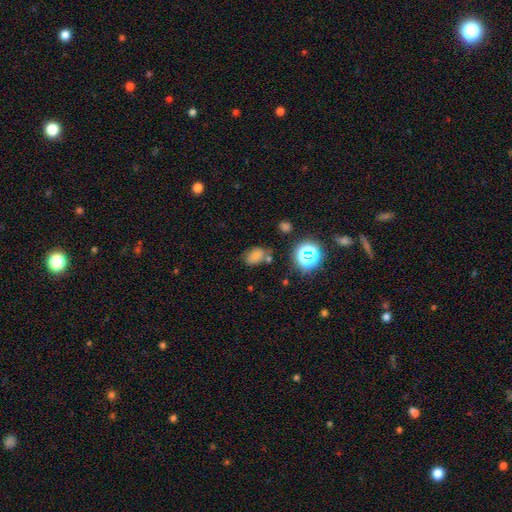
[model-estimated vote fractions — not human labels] A smooth galaxy with no disk features (69%) that is in between round and cigar-shaped (78%).

Vote fractions:
- Smooth or featured? smooth: 69% / star or artifact: 20% / featured or disk: 11%
- How rounded? in between: 78% / round: 21% / cigar-shaped: 1%
- Merging? none: 63% / minor disturbance: 19% / merger: 12% / major disturbance: 6%